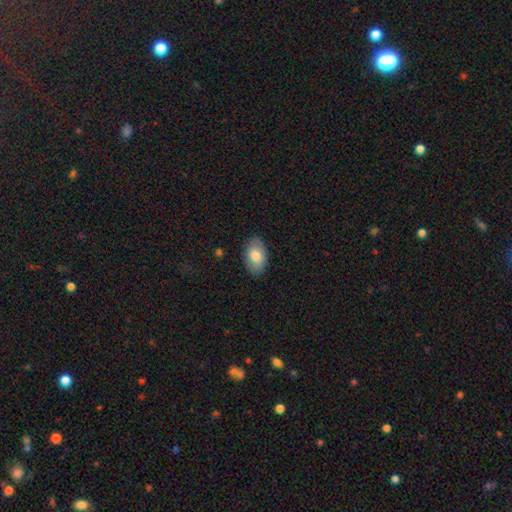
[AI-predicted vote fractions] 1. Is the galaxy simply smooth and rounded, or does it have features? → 79% smooth, 14% featured or disk, 6% star or artifact.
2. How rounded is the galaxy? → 91% in between, 8% round, 1% cigar-shaped.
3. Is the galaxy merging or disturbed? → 86% none, 11% minor disturbance, 2% major disturbance, 1% merger.